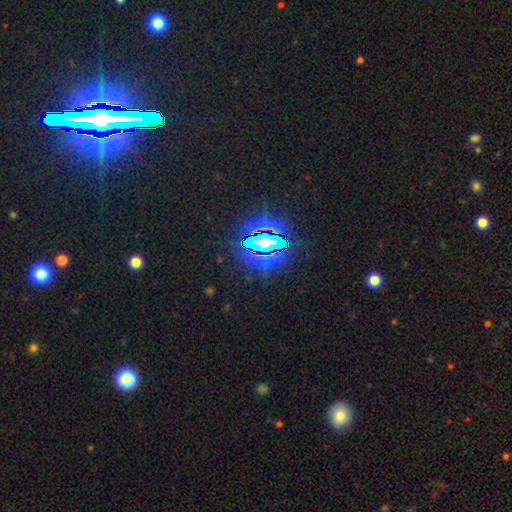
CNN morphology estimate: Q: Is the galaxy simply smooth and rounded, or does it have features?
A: star or artifact — 82%.